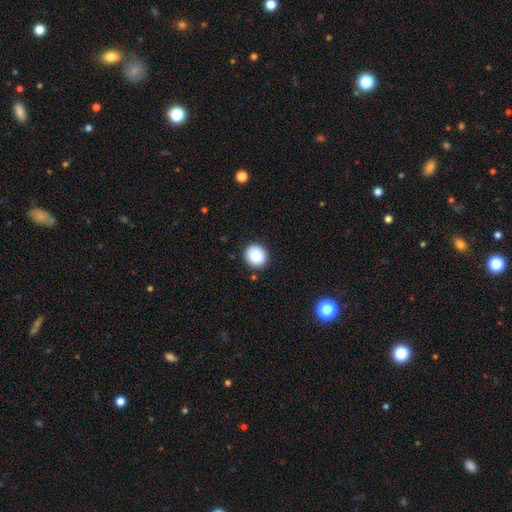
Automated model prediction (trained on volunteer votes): Overall: smooth (89%). How rounded: round (85%). Merging: none (90%).